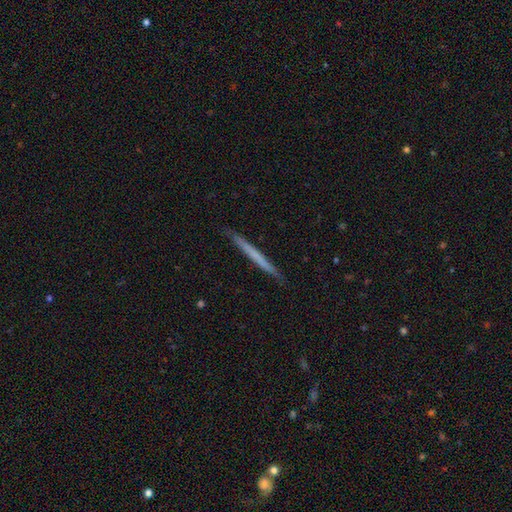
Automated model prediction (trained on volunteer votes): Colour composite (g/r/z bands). It shows a smooth galaxy with no disk features (51%) that is cigar-shaped (97%). Merging: none (91%).